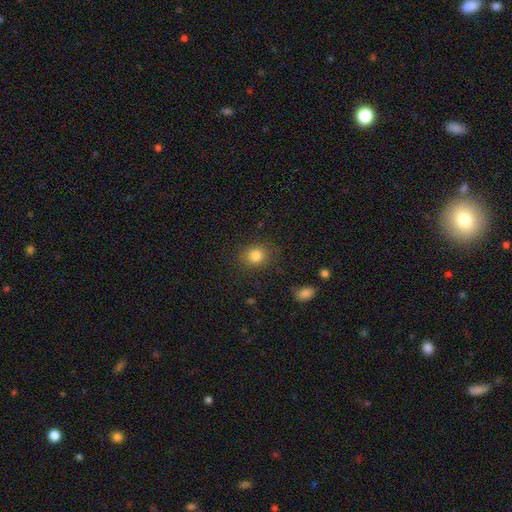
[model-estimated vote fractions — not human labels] Smooth or featured: smooth — 82% (star or artifact — 11%)
How rounded: round — 66% (in between — 33%)
Merging: none — 82% (minor disturbance — 12%)